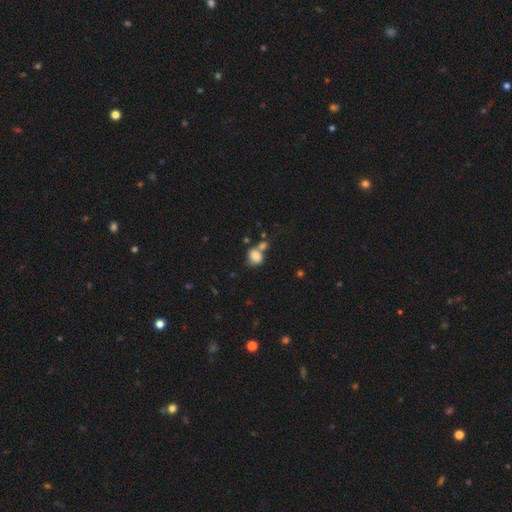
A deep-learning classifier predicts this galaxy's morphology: Smooth or featured? Predicted: smooth (p=0.79). How rounded? Predicted: round (p=0.62). Merging? Predicted: none (p=0.46).